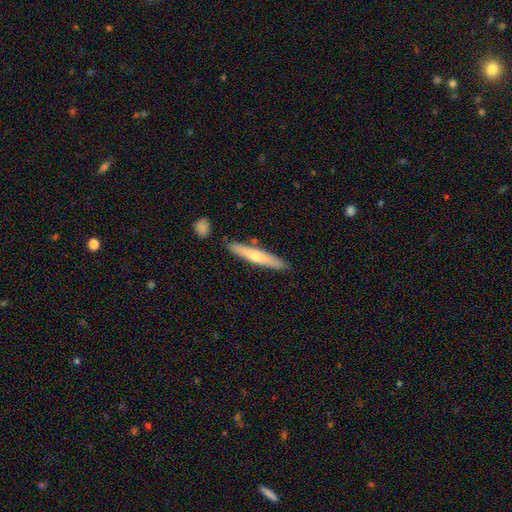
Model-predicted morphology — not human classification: Overall: smooth (53%; featured or disk 41%). How rounded: cigar-shaped (92%). Merging: none (84%).